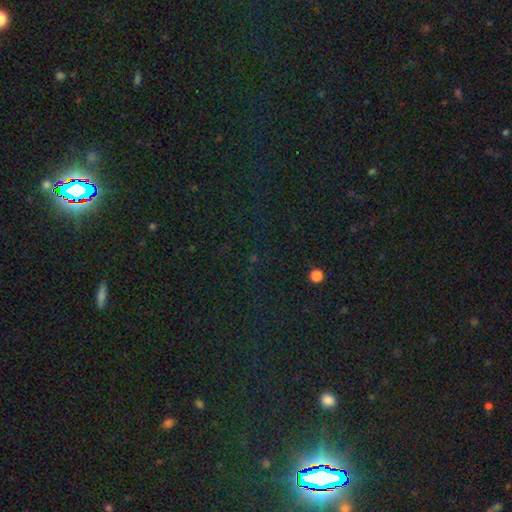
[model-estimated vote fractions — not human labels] Smooth or featured? star or artifact (82%)